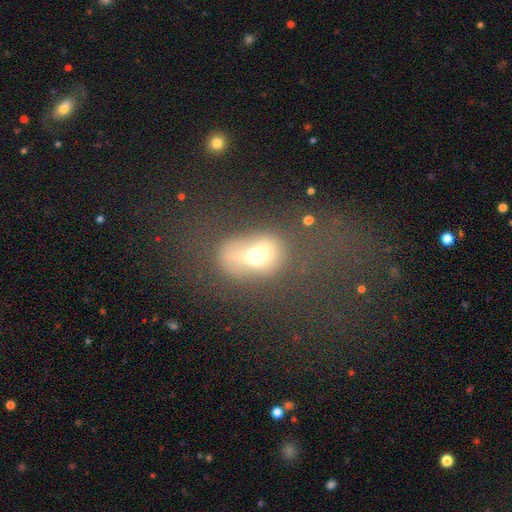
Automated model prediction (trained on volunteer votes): This is possibly a smooth galaxy (57%). How rounded: possibly in between (59%). Merging: marginally none (40%).